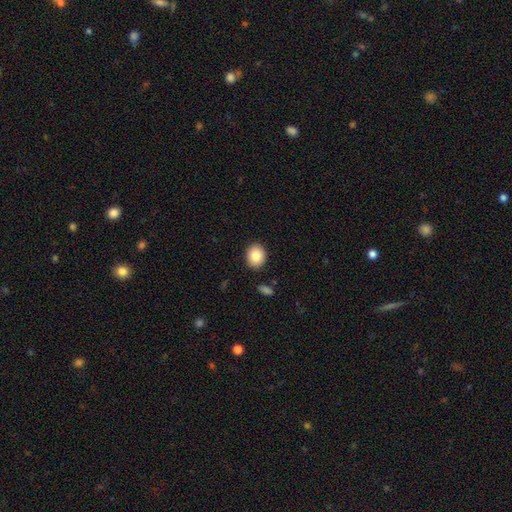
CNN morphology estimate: The model was most divided on "how rounded": round: 57%, in between: 42%, cigar-shaped: 1%. More confident: merging — none (88%); smooth or featured — smooth (85%).